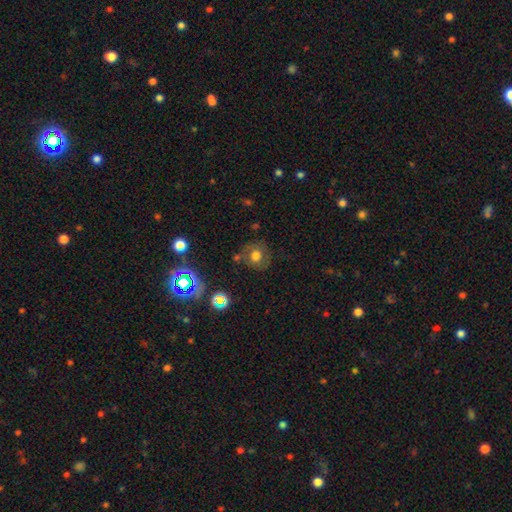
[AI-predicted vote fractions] Smooth or featured: smooth — 60% (featured or disk — 24%)
How rounded: round — 84% (in between — 15%)
Merging: none — 70% (minor disturbance — 17%)